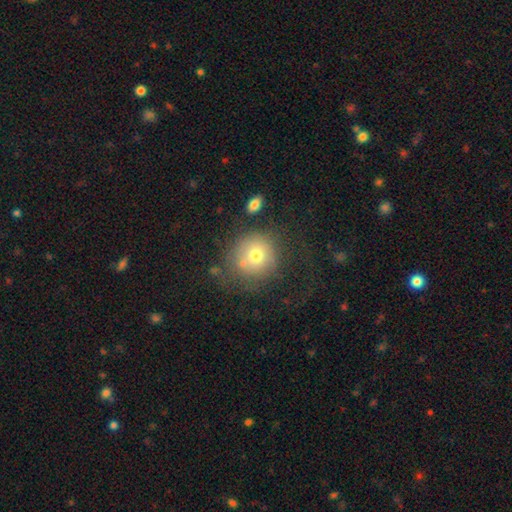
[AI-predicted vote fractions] smooth_or_featured: smooth (p=0.68) [alt: featured or disk p=0.20]
how_rounded: round (p=0.90) [alt: in between p=0.09]
merging: none (p=0.60) [alt: minor disturbance p=0.17]